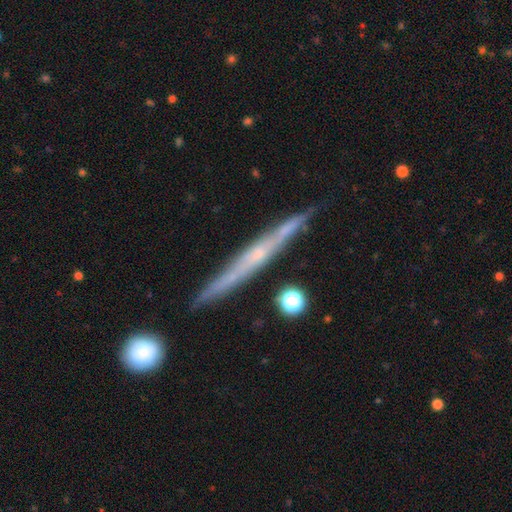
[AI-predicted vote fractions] This appears to be a featured or disk galaxy (72%) viewed edge-on (96%) with no central bulge (59%). Merging: none (84%).